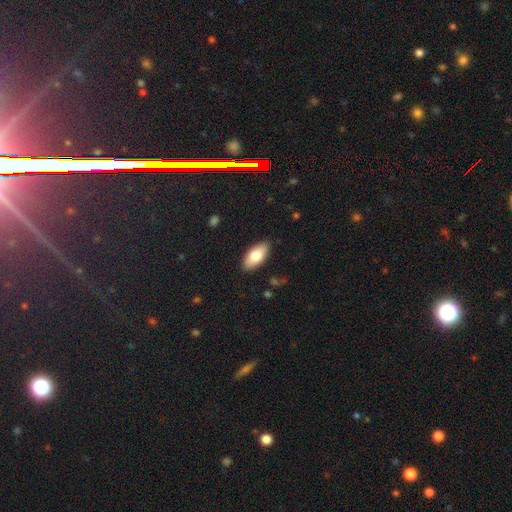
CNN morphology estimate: Smooth or featured? smooth (79%)
How rounded? in between (89%)
Merging? none (87%)